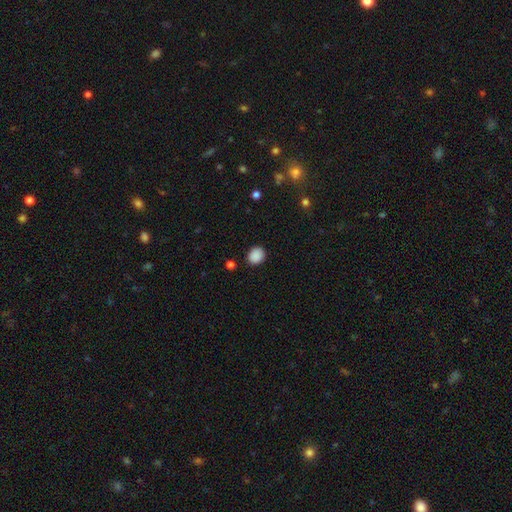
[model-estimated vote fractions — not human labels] This is clearly a smooth galaxy (88%). How rounded: likely round (63%). Merging: clearly none (87%).